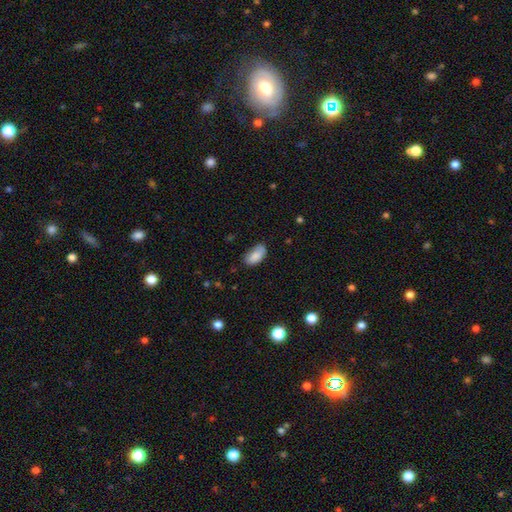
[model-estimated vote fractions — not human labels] The model was most divided on "merging": none: 60%, minor disturbance: 31%, major disturbance: 7%, merger: 2%. More confident: how rounded — in between (93%); smooth or featured — smooth (86%).